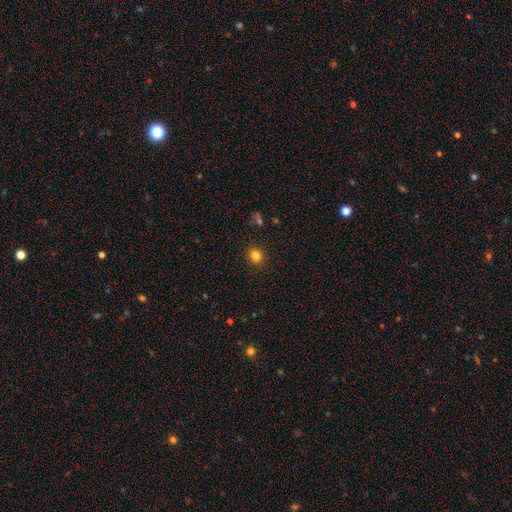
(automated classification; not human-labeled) This is clearly a smooth galaxy (82%). How rounded: clearly round (84%). Merging: clearly none (90%).